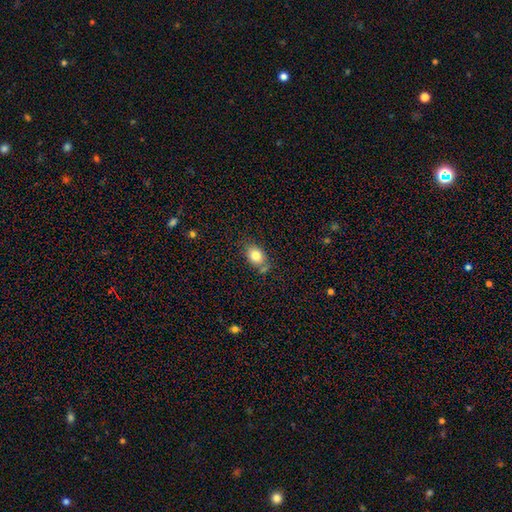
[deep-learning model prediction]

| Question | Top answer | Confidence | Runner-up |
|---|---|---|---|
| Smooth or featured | smooth | 82% | featured or disk (10%) |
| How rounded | in between | 74% | round (25%) |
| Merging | none | 69% | minor disturbance (18%) |